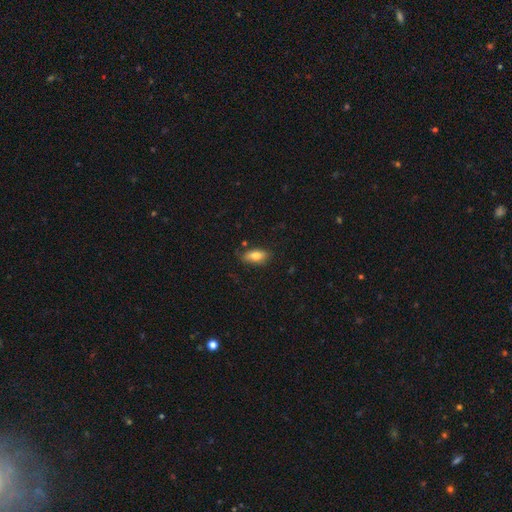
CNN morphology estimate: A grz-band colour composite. It shows a smooth galaxy with no disk features (80%) that is in between round and cigar-shaped (86%). Merging: none (78%).